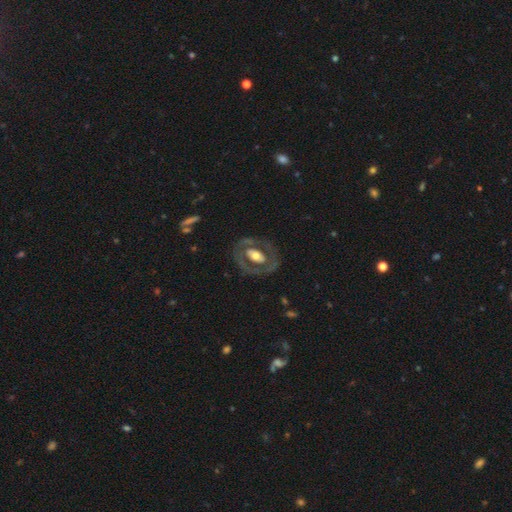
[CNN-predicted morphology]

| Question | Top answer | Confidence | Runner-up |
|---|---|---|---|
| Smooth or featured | featured or disk | 63% | smooth (32%) |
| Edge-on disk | no | 93% | yes (7%) |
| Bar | no | 62% | weak (22%) |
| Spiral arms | no | 76% | yes (24%) |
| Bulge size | moderate | 56% | large (28%) |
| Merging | none | 74% | minor disturbance (14%) |